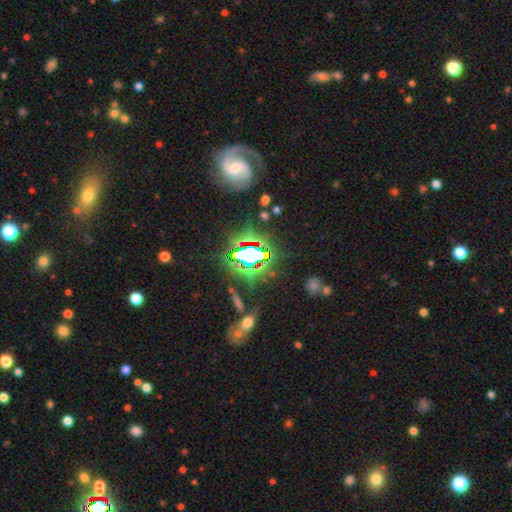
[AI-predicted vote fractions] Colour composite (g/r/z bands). It shows a star or artifact, not a galaxy (71%).